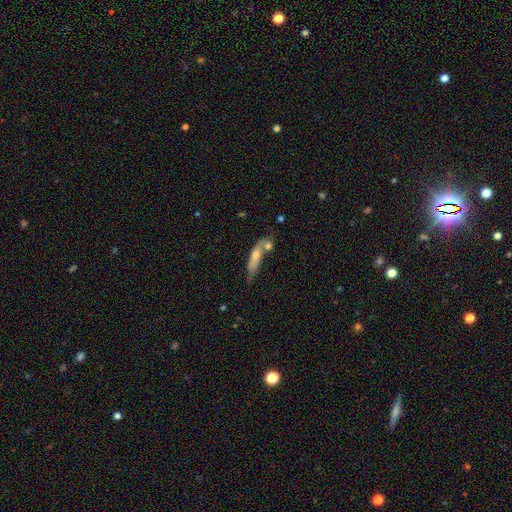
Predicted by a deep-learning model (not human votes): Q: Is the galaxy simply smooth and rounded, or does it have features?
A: smooth — 49%.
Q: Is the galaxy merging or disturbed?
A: none — 40%.